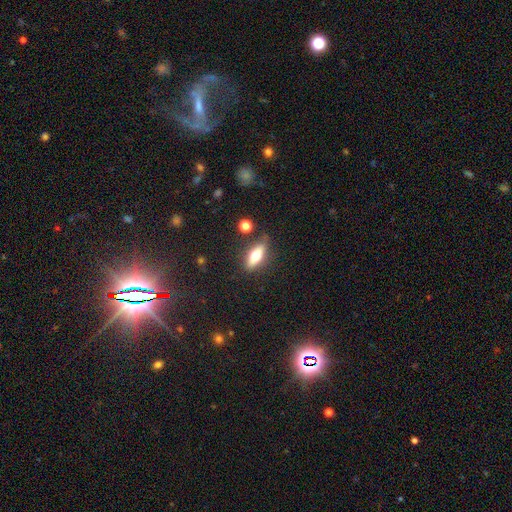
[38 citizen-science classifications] Q: Smooth or featured?
A: smooth (55%); runner-up: featured or disk (42%)
Q: How rounded?
A: cigar-shaped (52%); runner-up: in between (43%)
Q: Merging?
A: none (78%); runner-up: minor disturbance (22%)